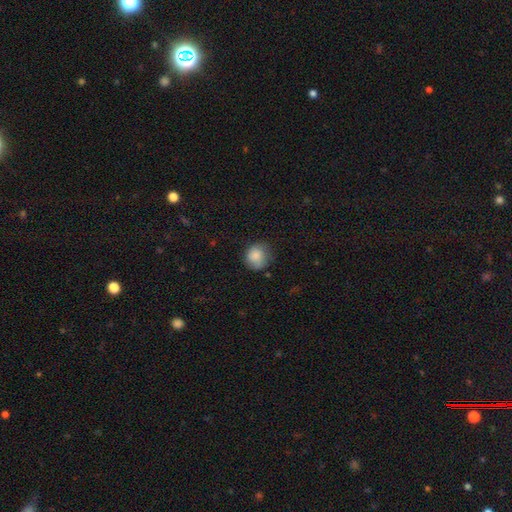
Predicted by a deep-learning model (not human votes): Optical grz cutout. It shows a smooth galaxy with no disk features (83%) that is round (83%). Merging: none (68%).